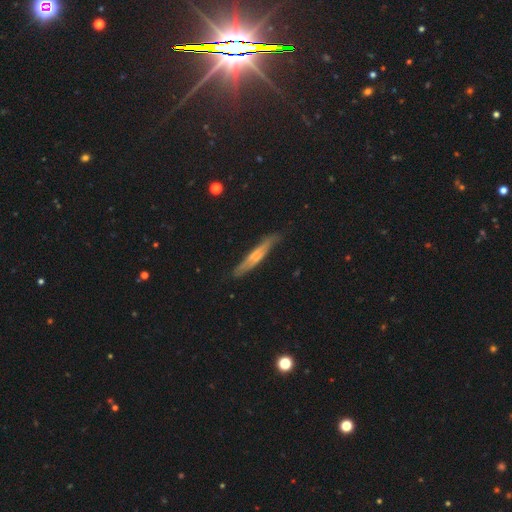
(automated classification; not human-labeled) Smooth or featured: featured or disk — 50% (smooth — 44%)
Merging: none — 78% (minor disturbance — 17%)